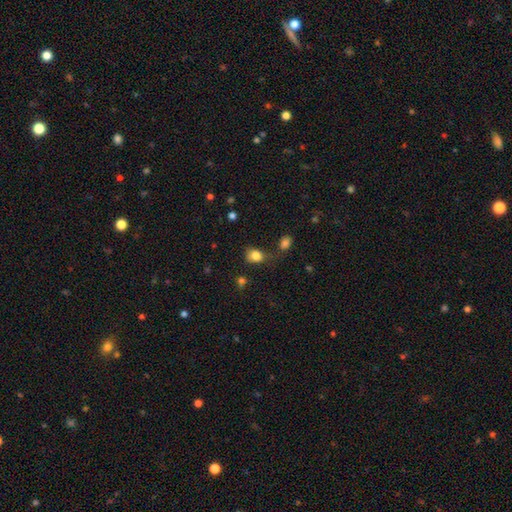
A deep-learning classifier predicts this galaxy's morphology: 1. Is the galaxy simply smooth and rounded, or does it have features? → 82% smooth, 11% star or artifact, 7% featured or disk.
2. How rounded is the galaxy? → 51% in between, 48% round, 1% cigar-shaped.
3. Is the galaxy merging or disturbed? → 54% none, 25% minor disturbance, 11% major disturbance, 9% merger.